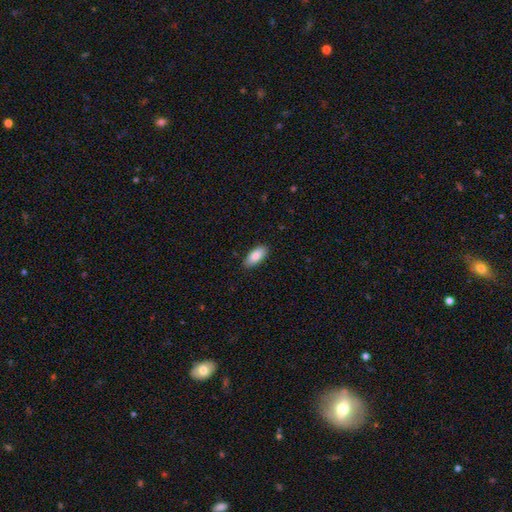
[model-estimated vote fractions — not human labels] Smooth or featured? Predicted: smooth (p=0.85). How rounded? Predicted: in between (p=0.90). Merging? Predicted: none (p=0.87).